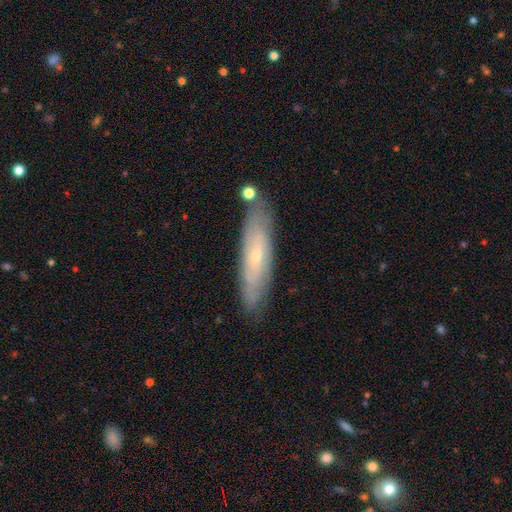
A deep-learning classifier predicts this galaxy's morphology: Overall: featured or disk (51%; smooth 42%). Edge-on disk: no (58%; yes 42%). Merging: none (79%).